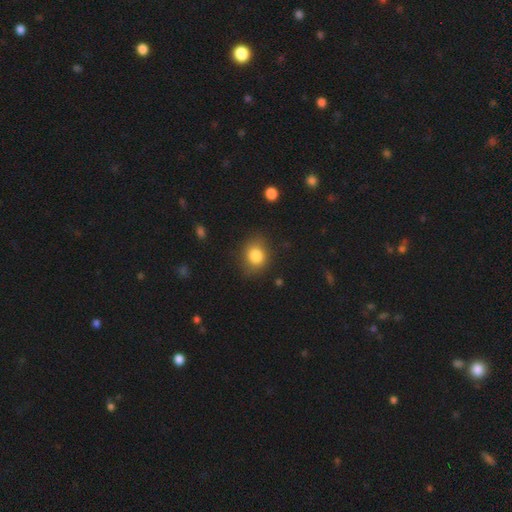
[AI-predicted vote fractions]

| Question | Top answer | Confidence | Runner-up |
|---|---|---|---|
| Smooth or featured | smooth | 82% | star or artifact (10%) |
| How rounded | round | 61% | in between (38%) |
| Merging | none | 78% | minor disturbance (15%) |